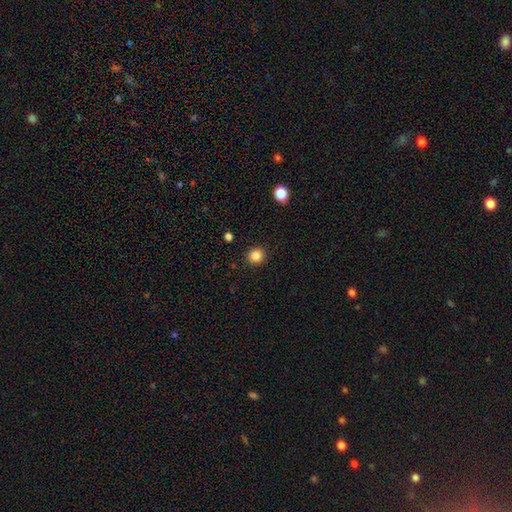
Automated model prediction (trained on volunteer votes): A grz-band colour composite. It shows a smooth galaxy with no disk features (84%) that is round (87%). Merging: none (91%).